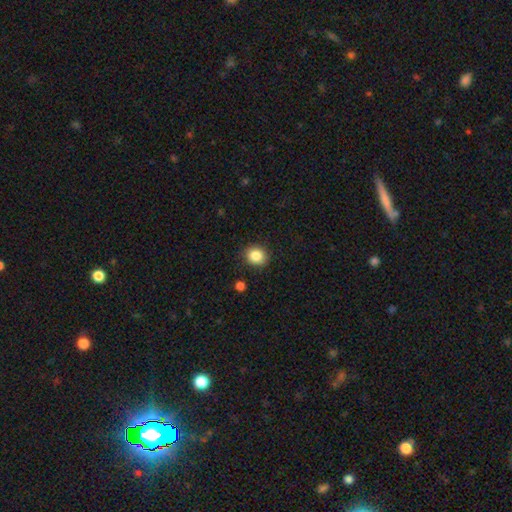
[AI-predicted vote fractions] This is clearly a smooth galaxy (86%). How rounded: likely round (78%). Merging: clearly none (88%).